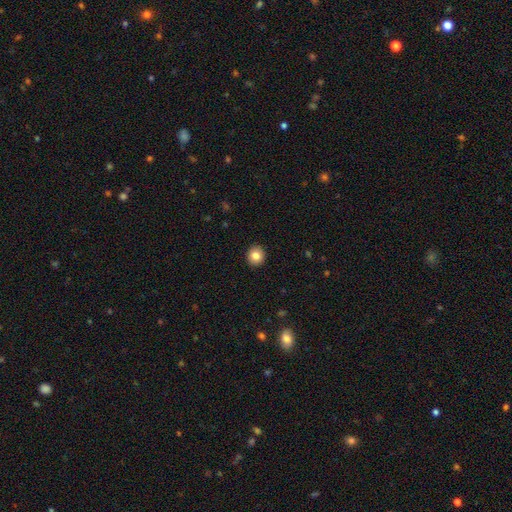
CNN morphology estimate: Overall: smooth (83%). How rounded: round (86%). Merging: none (92%).